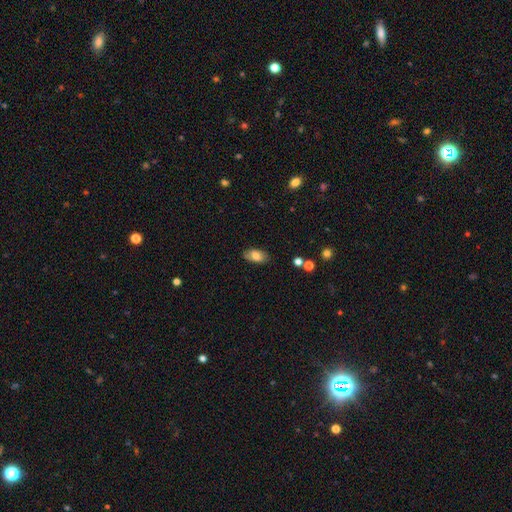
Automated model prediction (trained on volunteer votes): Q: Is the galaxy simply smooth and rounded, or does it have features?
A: smooth — 77%.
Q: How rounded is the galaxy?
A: in between — 92%.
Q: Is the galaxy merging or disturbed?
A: none — 84%.